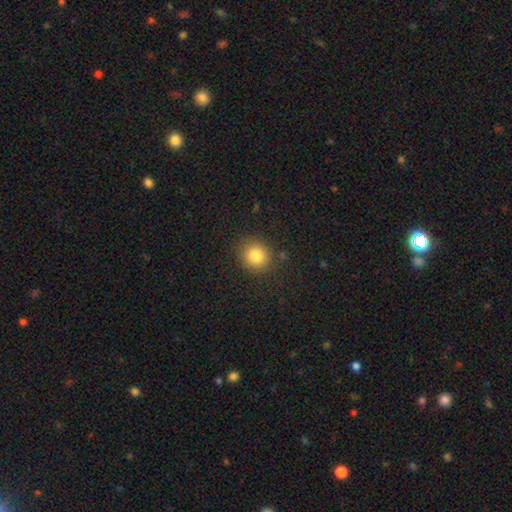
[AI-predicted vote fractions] This is clearly a smooth galaxy (84%). How rounded: clearly round (82%). Merging: clearly none (86%).